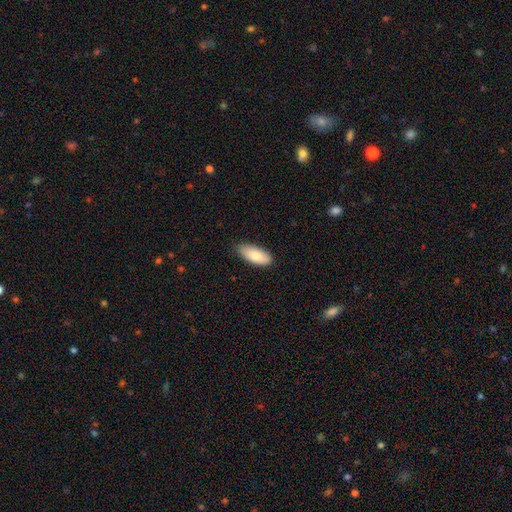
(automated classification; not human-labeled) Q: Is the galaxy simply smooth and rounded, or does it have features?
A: smooth — 83%.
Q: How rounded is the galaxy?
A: in between — 85%.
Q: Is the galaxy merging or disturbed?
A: none — 79%.